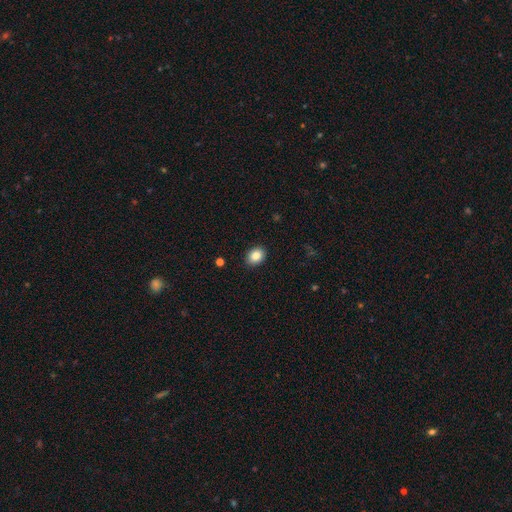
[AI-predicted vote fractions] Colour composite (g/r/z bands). It shows a smooth galaxy with no disk features (87%) that is in between round and cigar-shaped (58%). Merging: none (90%).